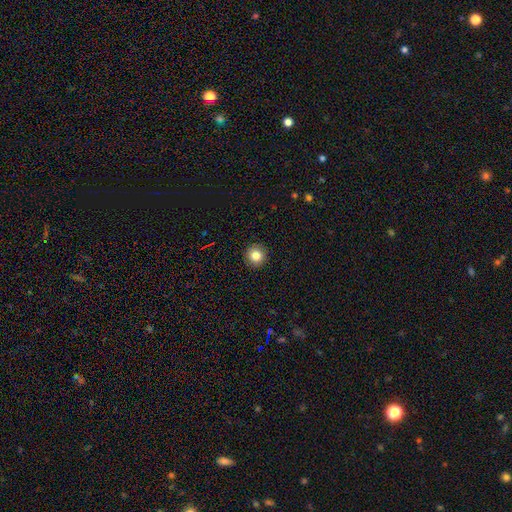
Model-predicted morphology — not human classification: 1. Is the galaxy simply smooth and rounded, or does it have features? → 84% smooth, 10% star or artifact, 6% featured or disk.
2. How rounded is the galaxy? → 94% round, 5% in between, 1% cigar-shaped.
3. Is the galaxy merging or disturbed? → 92% none, 5% minor disturbance, 2% major disturbance, 1% merger.